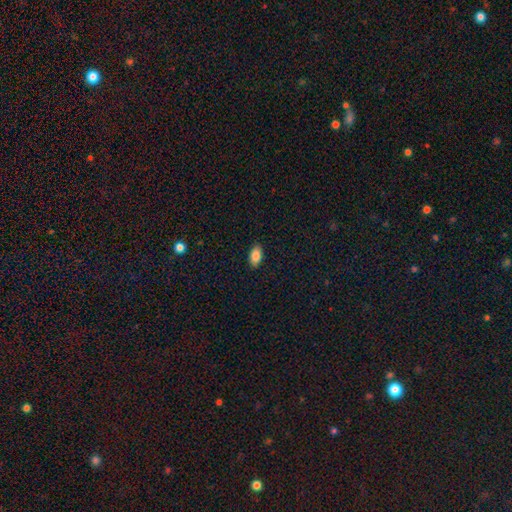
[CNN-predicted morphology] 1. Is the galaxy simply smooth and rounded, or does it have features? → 85% smooth, 7% star or artifact, 7% featured or disk.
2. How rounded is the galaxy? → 92% in between, 4% round, 4% cigar-shaped.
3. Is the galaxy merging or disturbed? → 89% none, 8% minor disturbance, 2% major disturbance, 1% merger.